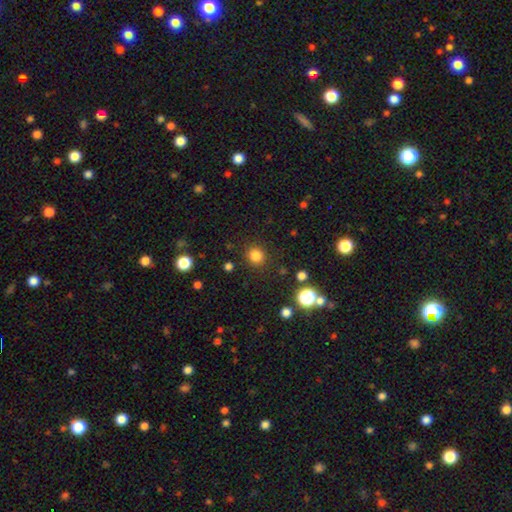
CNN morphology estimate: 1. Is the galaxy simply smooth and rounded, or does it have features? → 82% smooth, 14% star or artifact, 4% featured or disk.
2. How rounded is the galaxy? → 88% round, 11% in between, 1% cigar-shaped.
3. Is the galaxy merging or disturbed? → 88% none, 7% minor disturbance, 3% major disturbance, 2% merger.